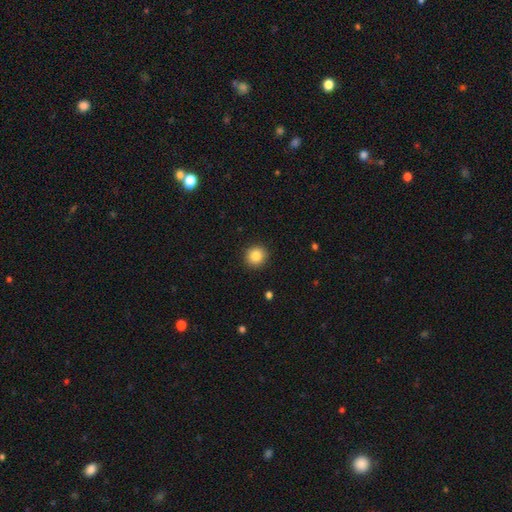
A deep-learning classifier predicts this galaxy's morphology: smooth_or_featured: smooth (p=0.86) [alt: star or artifact p=0.09]
how_rounded: round (p=0.89) [alt: in between p=0.10]
merging: none (p=0.91) [alt: minor disturbance p=0.06]